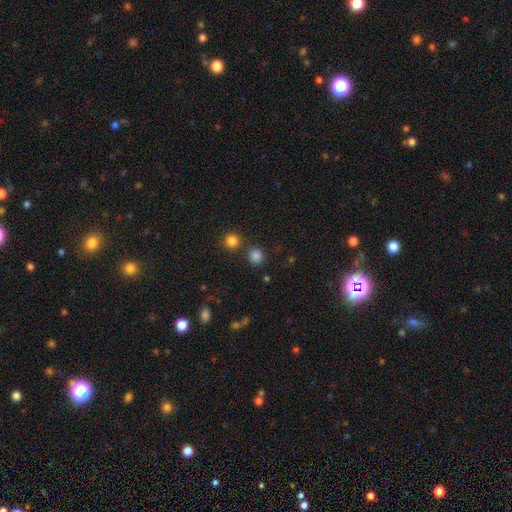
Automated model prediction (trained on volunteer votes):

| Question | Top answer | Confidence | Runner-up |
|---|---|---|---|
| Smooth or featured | smooth | 82% | star or artifact (14%) |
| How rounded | round | 86% | in between (13%) |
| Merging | none | 77% | merger (11%) |